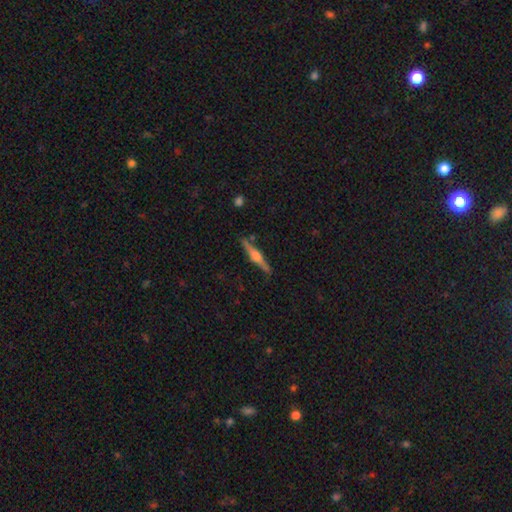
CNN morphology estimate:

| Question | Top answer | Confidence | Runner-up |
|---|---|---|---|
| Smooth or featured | featured or disk | 74% | smooth (20%) |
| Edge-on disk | yes | 98% | no (2%) |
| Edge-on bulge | rounded | 86% | boxy (10%) |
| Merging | none | 88% | minor disturbance (8%) |